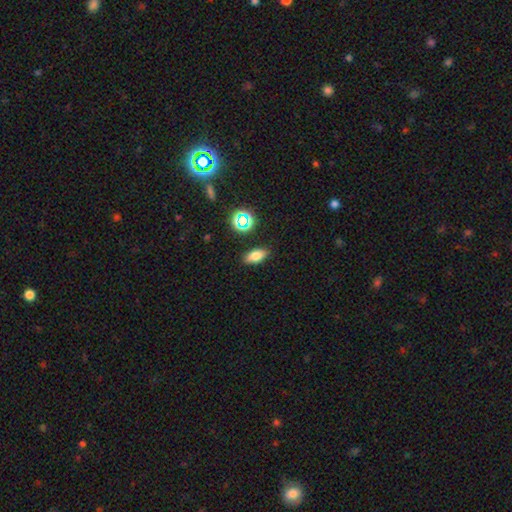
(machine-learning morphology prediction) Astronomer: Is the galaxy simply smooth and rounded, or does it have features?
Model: smooth — 75%.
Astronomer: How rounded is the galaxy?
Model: in between — 80%.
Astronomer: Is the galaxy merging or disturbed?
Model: none — 87%.